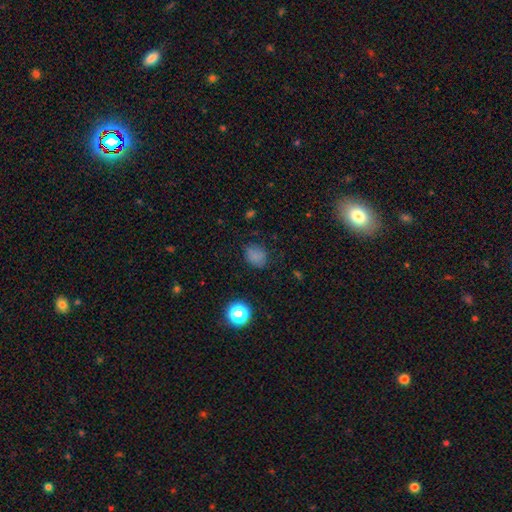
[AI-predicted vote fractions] Q: Smooth or featured?
A: smooth (75%); runner-up: star or artifact (18%)
Q: How rounded?
A: round (54%); runner-up: in between (45%)
Q: Merging?
A: none (74%); runner-up: minor disturbance (18%)